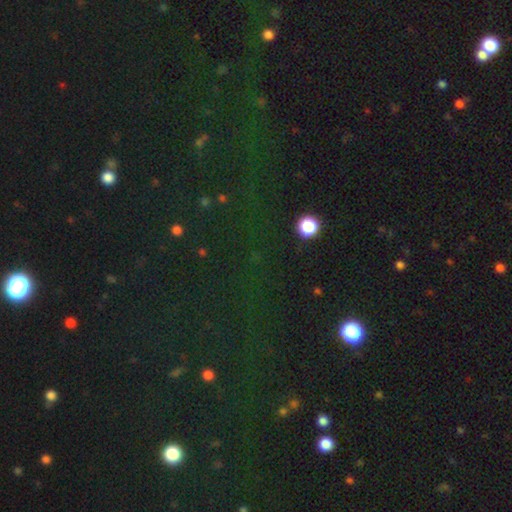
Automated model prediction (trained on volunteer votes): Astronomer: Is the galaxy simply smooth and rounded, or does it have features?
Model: star or artifact — 73%.